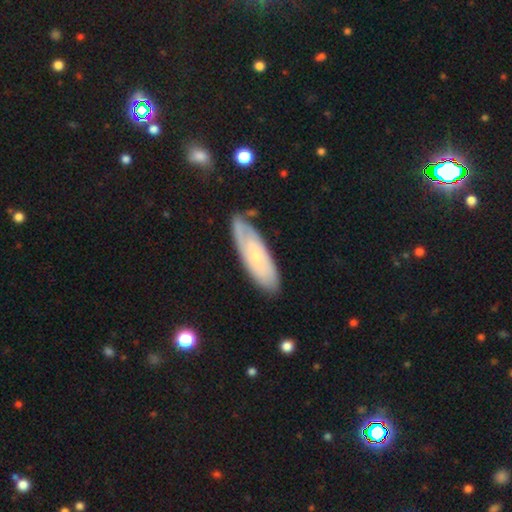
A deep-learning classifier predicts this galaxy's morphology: smooth_or_featured: featured or disk (p=0.51) [alt: smooth p=0.43]
disk_edge_on: no (p=0.77) [alt: yes p=0.23]
merging: none (p=0.71) [alt: minor disturbance p=0.21]